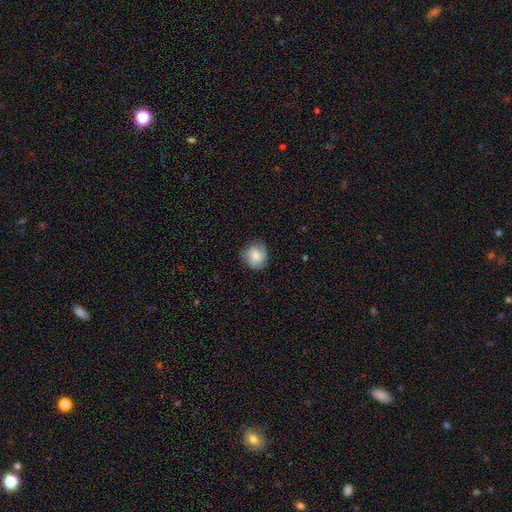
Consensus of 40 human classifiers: Overall: smooth (80%). How rounded: round (81%). Merging: none (77%).